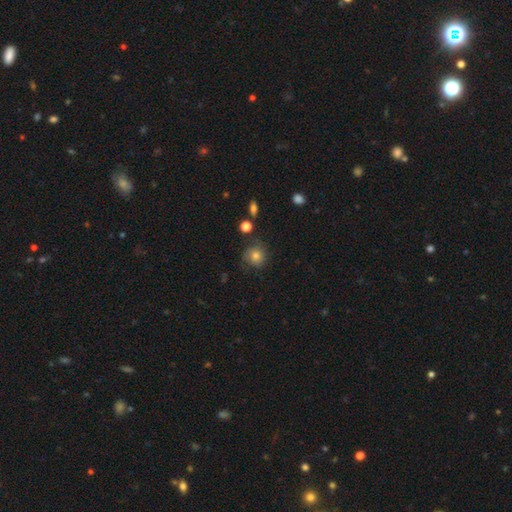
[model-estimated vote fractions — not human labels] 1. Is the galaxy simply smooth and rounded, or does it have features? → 69% smooth, 20% featured or disk, 11% star or artifact.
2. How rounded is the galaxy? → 86% round, 13% in between, 1% cigar-shaped.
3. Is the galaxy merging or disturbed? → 65% none, 22% minor disturbance, 10% major disturbance, 3% merger.